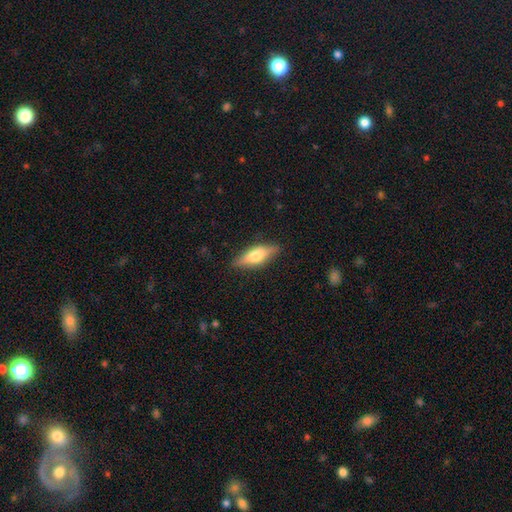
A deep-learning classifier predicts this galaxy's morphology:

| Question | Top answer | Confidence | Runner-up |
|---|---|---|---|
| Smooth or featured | smooth | 53% | featured or disk (40%) |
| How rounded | in between | 56% | cigar-shaped (41%) |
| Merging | none | 83% | minor disturbance (13%) |